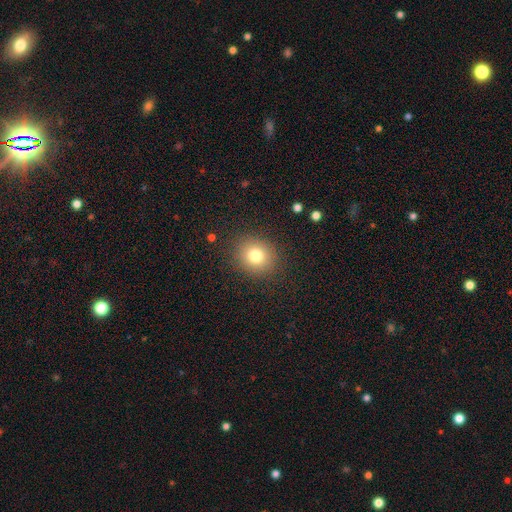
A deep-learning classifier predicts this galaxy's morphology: smooth-or-featured: smooth: 78% | star or artifact: 13% | featured or disk: 9%
  how-rounded: round: 79% | in between: 20% | cigar-shaped: 1%
  merging: none: 88% | minor disturbance: 8% | major disturbance: 3% | merger: 1%